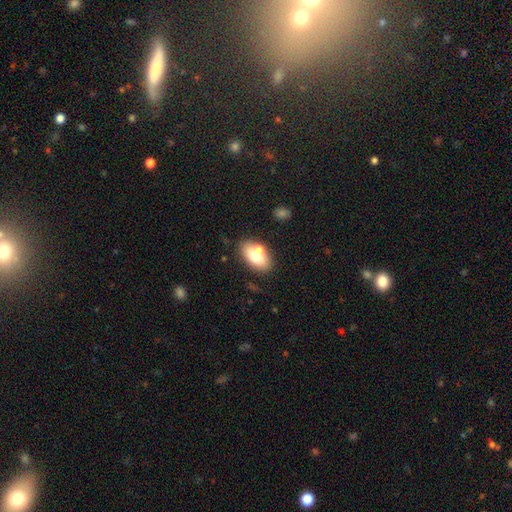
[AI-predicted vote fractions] Morphology: type=smooth (68%); roundness=in between (86%); merging=none (57%).